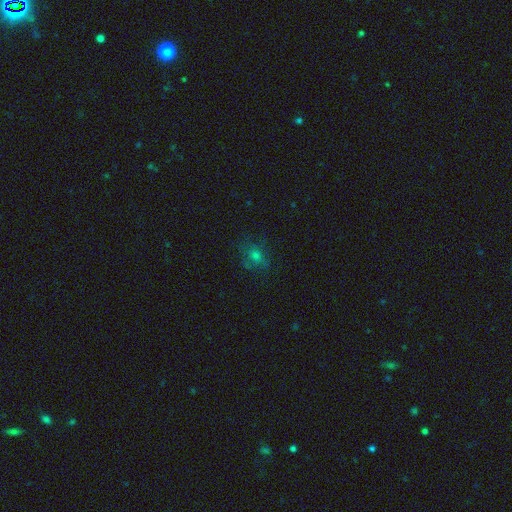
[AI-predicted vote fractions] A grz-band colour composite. It shows a smooth galaxy with no disk features (48%). Merging: none (69%).